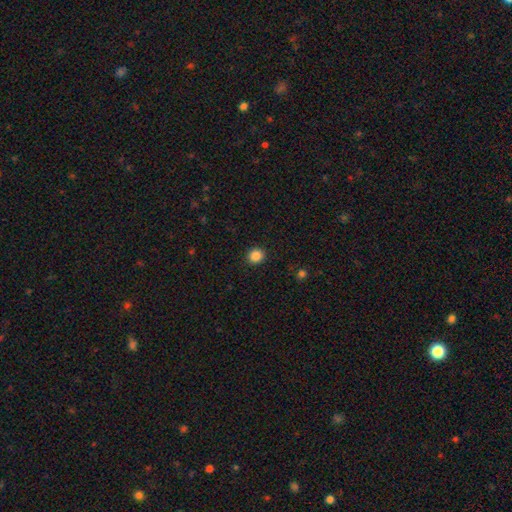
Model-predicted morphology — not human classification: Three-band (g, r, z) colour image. It shows a smooth galaxy with no disk features (87%) that is round (85%). Merging: none (91%).